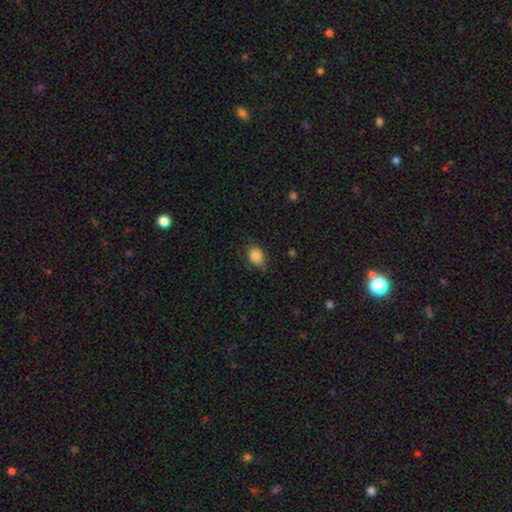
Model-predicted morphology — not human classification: smooth 85%, star or artifact 9%, featured or disk 6%. Down the decision tree: how rounded — in between (64%); merging — none (67%).